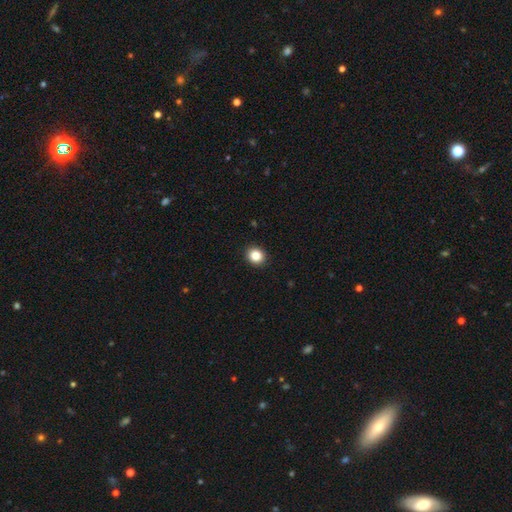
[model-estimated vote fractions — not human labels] smooth-or-featured: smooth: 84% | star or artifact: 10% | featured or disk: 5%
  how-rounded: round: 76% | in between: 23% | cigar-shaped: 1%
  merging: none: 92% | minor disturbance: 5% | major disturbance: 2% | merger: 1%